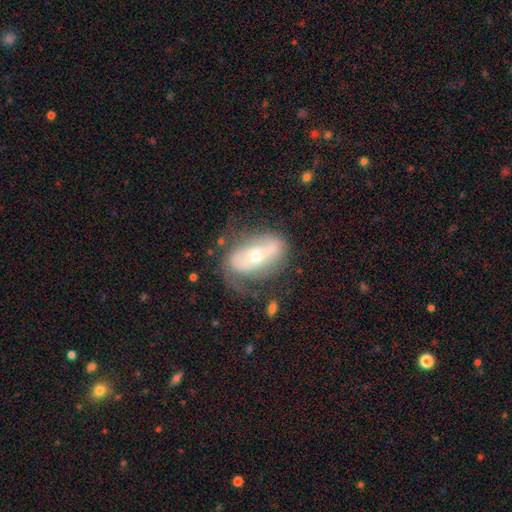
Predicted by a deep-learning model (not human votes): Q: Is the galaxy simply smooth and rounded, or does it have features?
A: featured or disk — 67%.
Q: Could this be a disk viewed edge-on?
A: no — 88%.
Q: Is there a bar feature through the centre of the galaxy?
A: strong — 40%.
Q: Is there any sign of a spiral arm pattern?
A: yes — 60%.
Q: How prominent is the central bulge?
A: small — 48%.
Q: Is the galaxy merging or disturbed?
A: none — 54%.